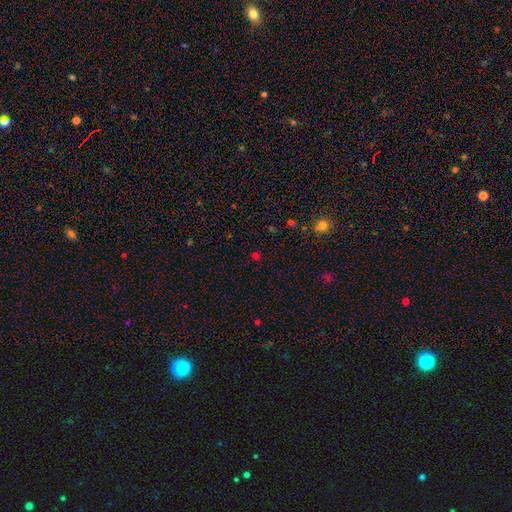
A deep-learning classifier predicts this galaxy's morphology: type=smooth (48%); merging=none (81%).